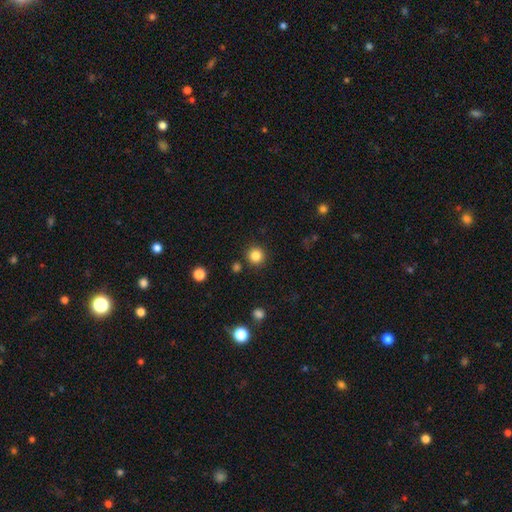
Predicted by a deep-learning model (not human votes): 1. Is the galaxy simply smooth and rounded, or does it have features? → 84% smooth, 12% star or artifact, 4% featured or disk.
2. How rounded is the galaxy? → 95% round, 4% in between, 1% cigar-shaped.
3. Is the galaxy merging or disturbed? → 90% none, 5% minor disturbance, 2% merger, 2% major disturbance.